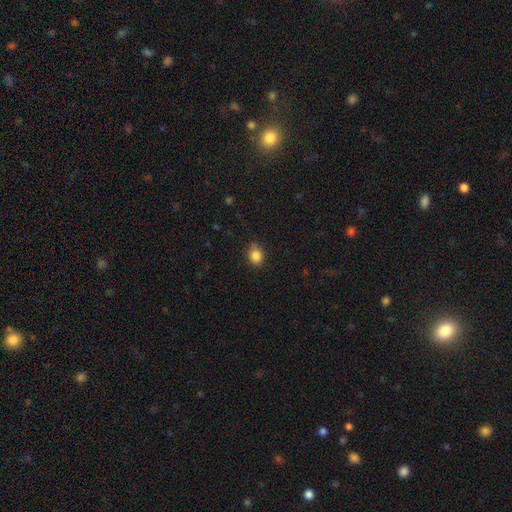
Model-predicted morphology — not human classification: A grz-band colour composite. It shows a smooth galaxy with no disk features (84%) that is round (62%). Merging: none (66%).